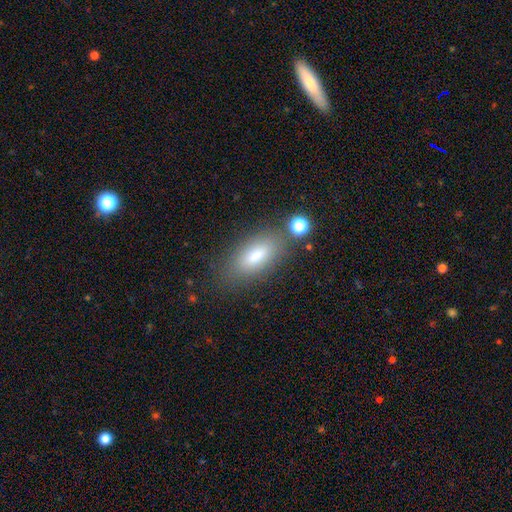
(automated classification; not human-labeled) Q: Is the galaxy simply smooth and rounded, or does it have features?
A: smooth — 72%.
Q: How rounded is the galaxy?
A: in between — 81%.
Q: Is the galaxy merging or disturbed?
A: none — 76%.